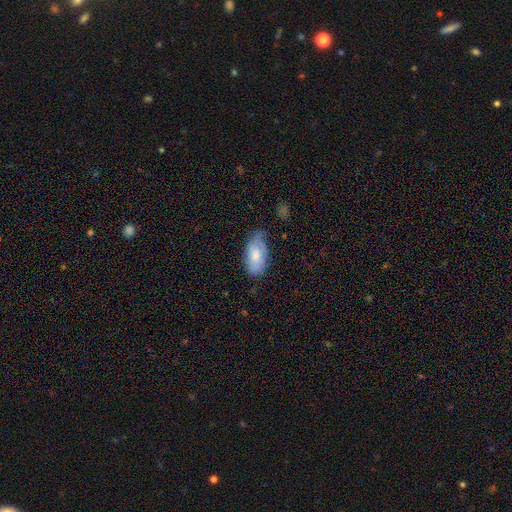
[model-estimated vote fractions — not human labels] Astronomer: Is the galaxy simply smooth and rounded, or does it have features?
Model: smooth — 58% (runner-up: featured or disk, 36%).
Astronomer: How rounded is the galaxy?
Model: in between — 92%.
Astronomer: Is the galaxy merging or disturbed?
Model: none — 59%.